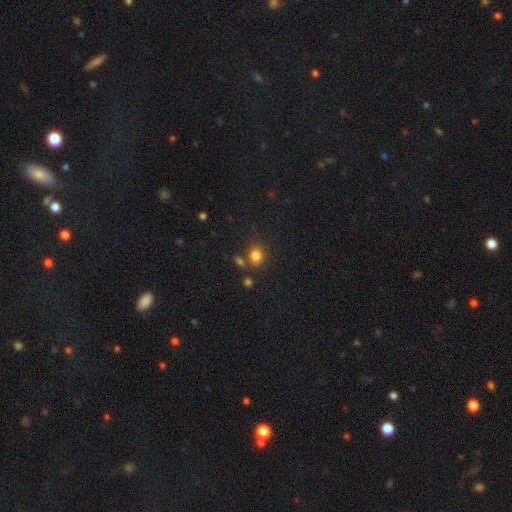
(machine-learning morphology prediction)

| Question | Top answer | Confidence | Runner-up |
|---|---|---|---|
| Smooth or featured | smooth | 81% | star or artifact (13%) |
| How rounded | round | 65% | in between (34%) |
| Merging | none | 71% | minor disturbance (13%) |